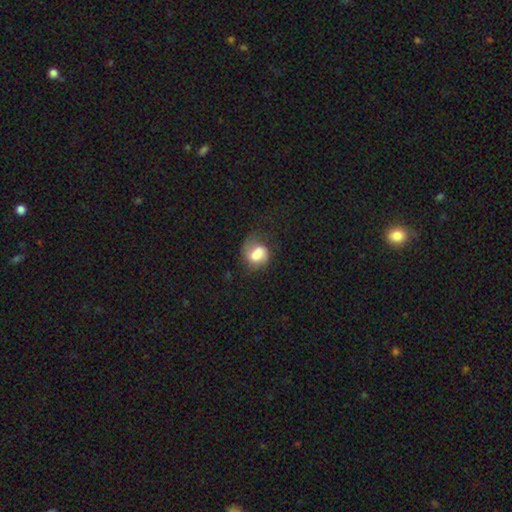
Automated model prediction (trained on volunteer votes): This appears to be a smooth galaxy with no disk features (67%) that is in between round and cigar-shaped (51%). Merging: none (40%).